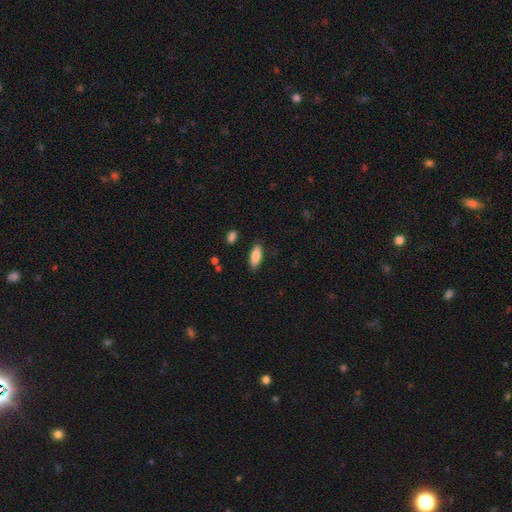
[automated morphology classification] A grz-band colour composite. It shows a smooth galaxy with no disk features (85%) that is in between round and cigar-shaped (77%). Merging: none (85%).